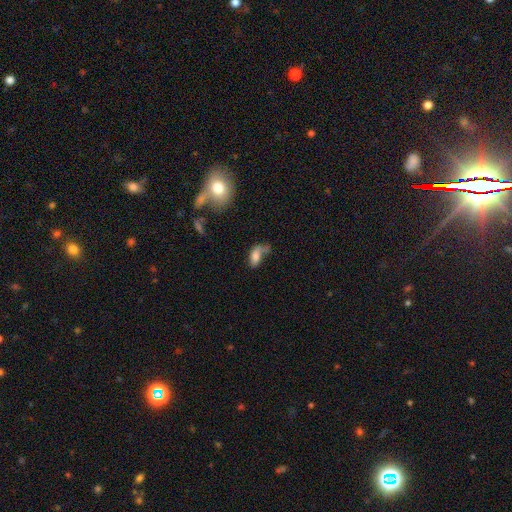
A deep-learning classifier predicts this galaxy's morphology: Smooth or featured? Predicted: smooth (p=0.69). How rounded? Predicted: in between (p=0.87). Merging? Predicted: major disturbance (p=0.31).